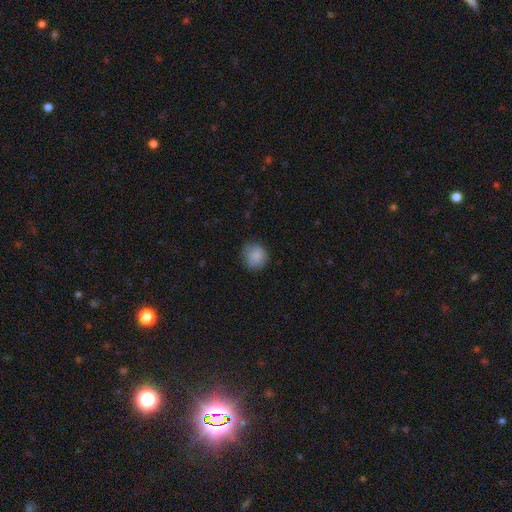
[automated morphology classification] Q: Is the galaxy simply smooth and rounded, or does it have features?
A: smooth — 86%.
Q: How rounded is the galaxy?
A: round — 87%.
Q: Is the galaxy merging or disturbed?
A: none — 78%.